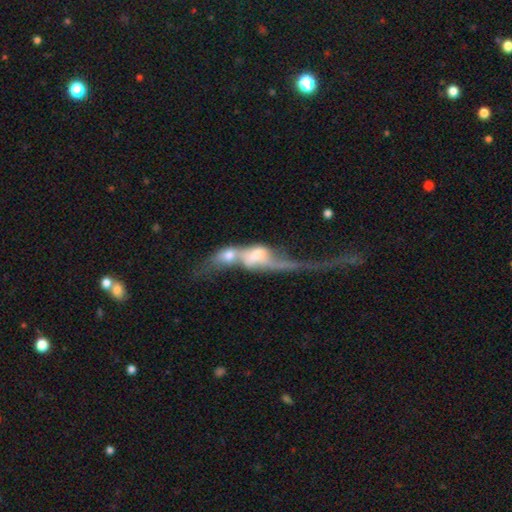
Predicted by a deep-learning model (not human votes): smooth_or_featured: featured or disk (p=0.58) [alt: smooth p=0.34]
disk_edge_on: no (p=0.82) [alt: yes p=0.18]
merging: merger (p=0.78) [alt: major disturbance p=0.12]